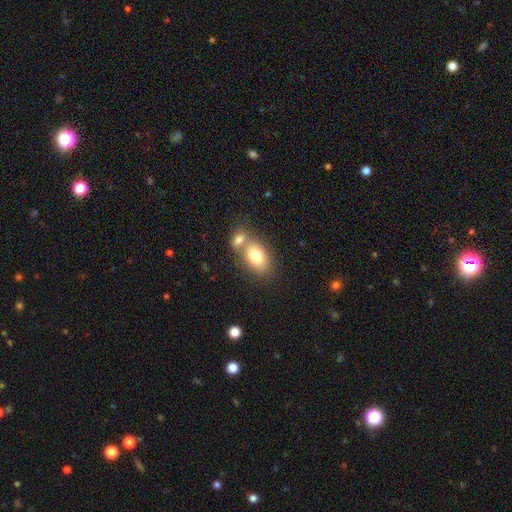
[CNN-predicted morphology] This appears to be a smooth galaxy with no disk features (78%) that is in between round and cigar-shaped (88%). Merging: merger (45%).